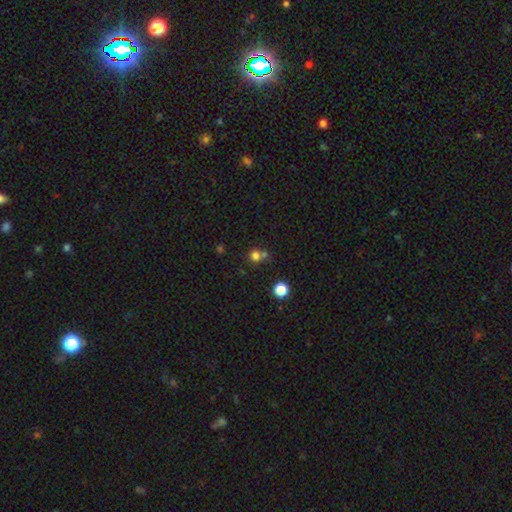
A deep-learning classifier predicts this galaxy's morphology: This appears to be a smooth galaxy with no disk features (76%) that is round (89%). Merging: none (57%).